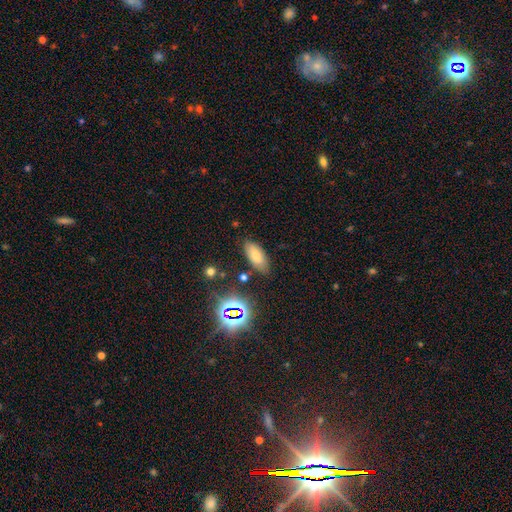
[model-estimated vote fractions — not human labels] This is likely a smooth galaxy (74%). How rounded: clearly in between (85%). Merging: likely none (78%).